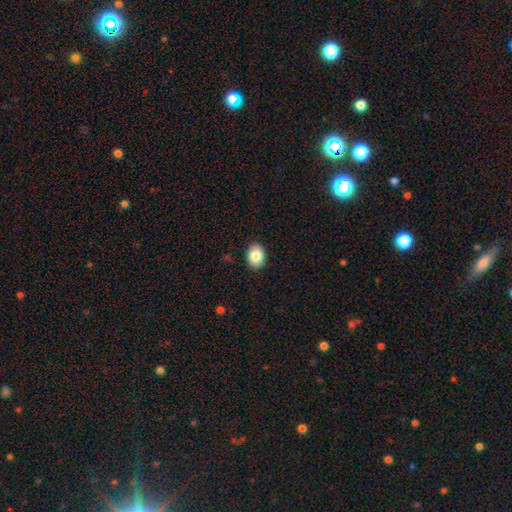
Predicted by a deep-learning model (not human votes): smooth-or-featured: smooth: 87% | star or artifact: 8% | featured or disk: 6%
  how-rounded: in between: 70% | round: 29% | cigar-shaped: 1%
  merging: none: 90% | minor disturbance: 7% | major disturbance: 2% | merger: 1%